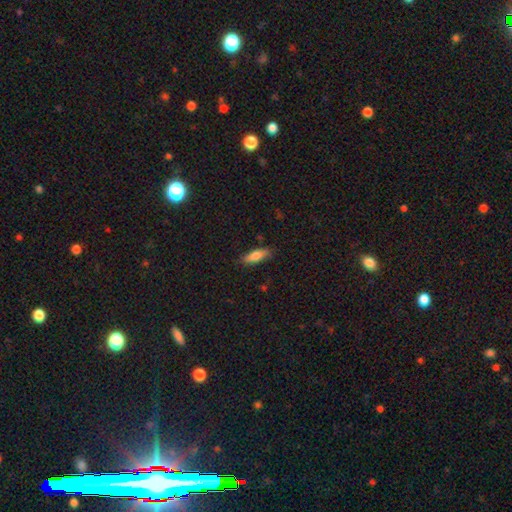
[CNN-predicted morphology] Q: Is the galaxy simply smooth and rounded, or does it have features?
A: smooth — 77%.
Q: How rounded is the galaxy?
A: in between — 58%.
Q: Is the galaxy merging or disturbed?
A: none — 81%.